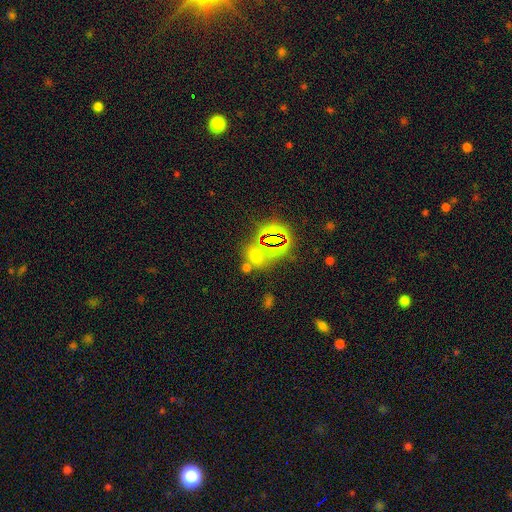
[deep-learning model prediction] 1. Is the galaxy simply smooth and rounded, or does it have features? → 54% star or artifact, 38% smooth, 8% featured or disk.